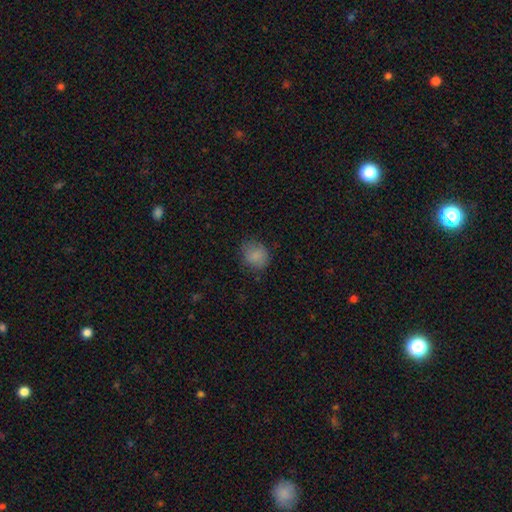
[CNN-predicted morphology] type=smooth (84%); roundness=round (69%); merging=none (76%).